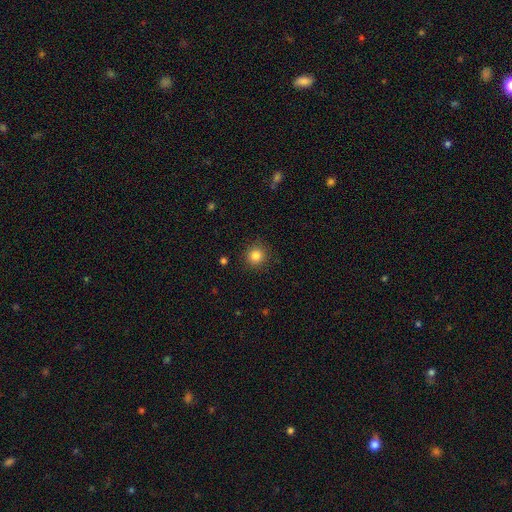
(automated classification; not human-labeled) A smooth galaxy with no disk features (84%) that is round (93%). Merging: none (89%).